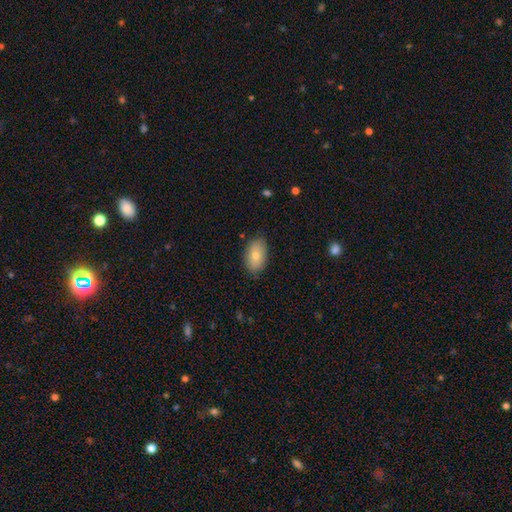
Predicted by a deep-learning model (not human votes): Smooth or featured: smooth — 78% (featured or disk — 15%)
How rounded: in between — 92% (round — 7%)
Merging: none — 84% (minor disturbance — 12%)